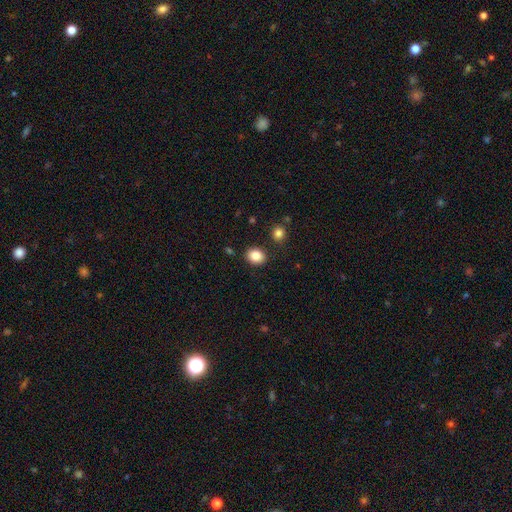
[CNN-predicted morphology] Q: Smooth or featured?
A: smooth (86%); runner-up: star or artifact (9%)
Q: How rounded?
A: round (52%); runner-up: in between (47%)
Q: Merging?
A: none (87%); runner-up: minor disturbance (8%)